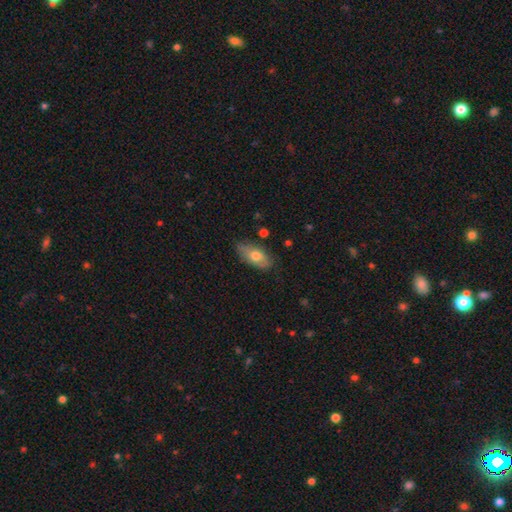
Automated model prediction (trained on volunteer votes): This appears to be a smooth galaxy with no disk features (65%) that is in between round and cigar-shaped (88%). Merging: none (74%).